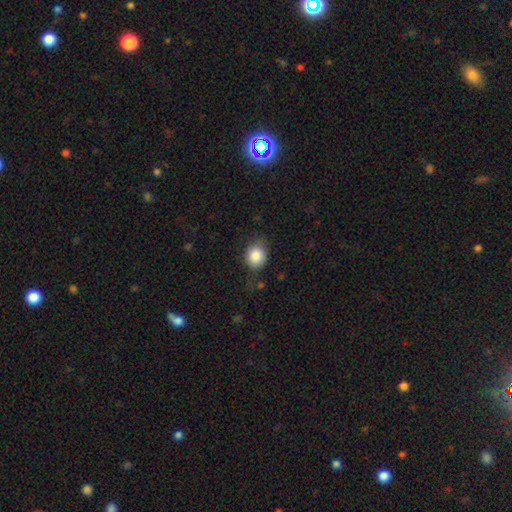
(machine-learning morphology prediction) type=smooth (85%); roundness=round (64%); merging=none (65%).